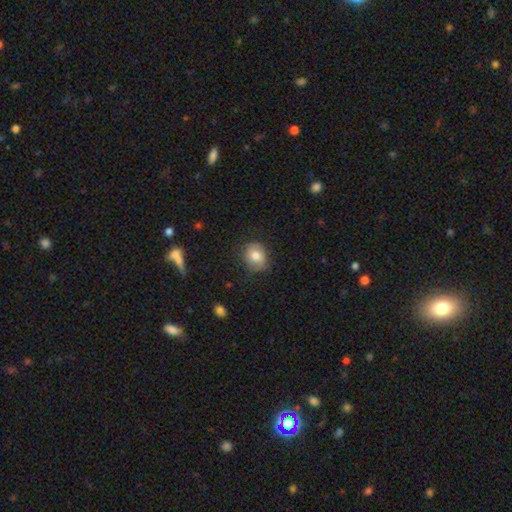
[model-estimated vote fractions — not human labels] This appears to be a smooth galaxy with no disk features (77%) that is round (65%). Merging: none (74%).